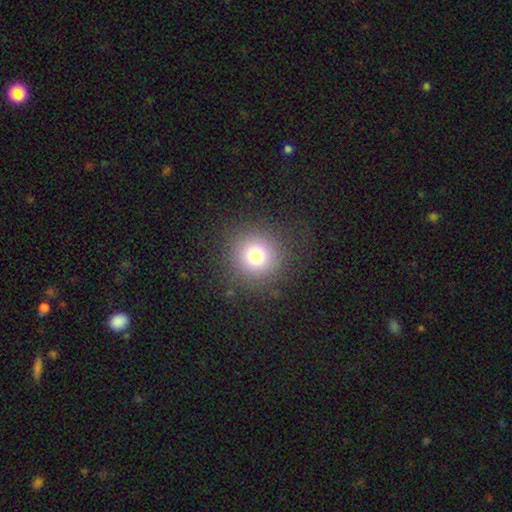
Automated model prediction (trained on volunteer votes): smooth 75%, star or artifact 16%, featured or disk 9%. Down the decision tree: how rounded — round (94%); merging — none (87%).